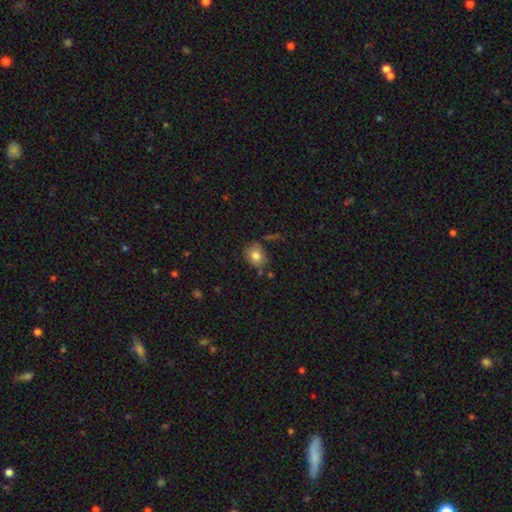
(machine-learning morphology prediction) The model was most divided on "how rounded": round: 61%, in between: 38%, cigar-shaped: 1%. More confident: smooth or featured — smooth (81%); merging — none (72%).